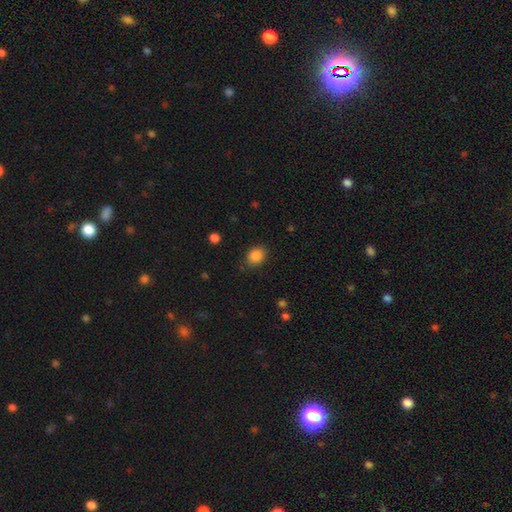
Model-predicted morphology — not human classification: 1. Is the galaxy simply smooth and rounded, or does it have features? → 87% smooth, 9% star or artifact, 4% featured or disk.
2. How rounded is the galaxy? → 50% in between, 49% round, 1% cigar-shaped.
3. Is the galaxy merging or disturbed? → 84% none, 12% minor disturbance, 3% major disturbance, 1% merger.